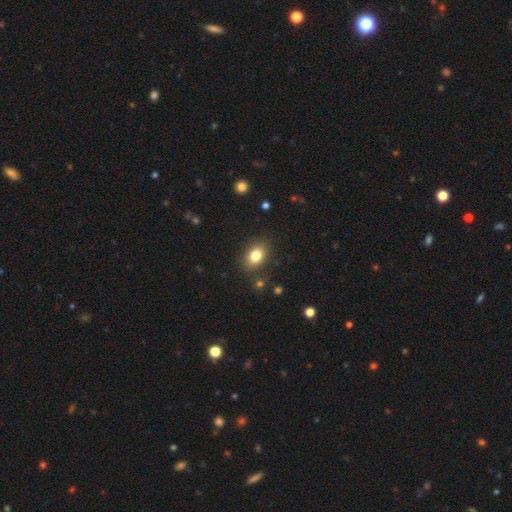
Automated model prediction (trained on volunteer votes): Smooth or featured? Predicted: smooth (p=0.82). How rounded? Predicted: in between (p=0.78). Merging? Predicted: none (p=0.85).